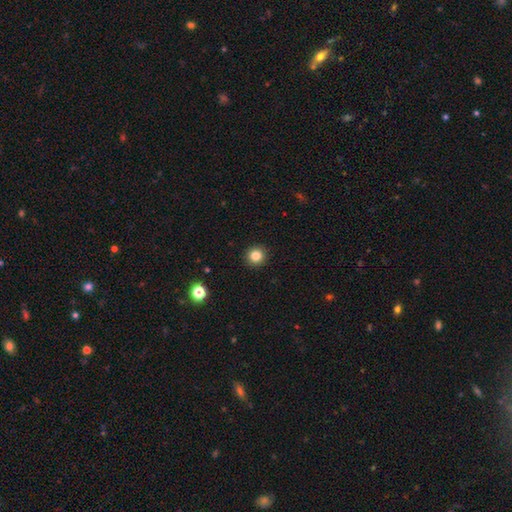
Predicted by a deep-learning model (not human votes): Overall: smooth (83%). How rounded: round (93%). Merging: none (92%).